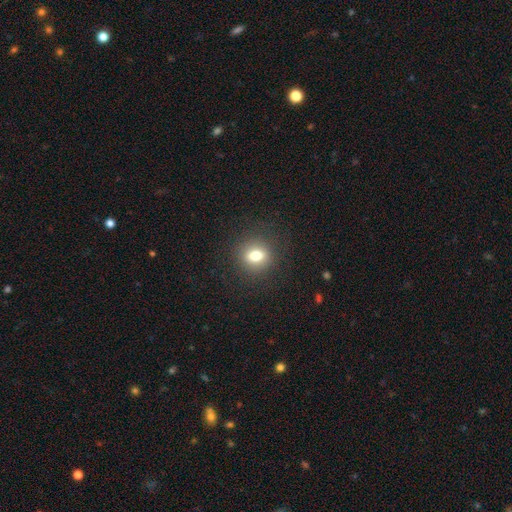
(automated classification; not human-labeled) Smooth or featured? smooth (75%)
How rounded? round (67%)
Merging? none (87%)